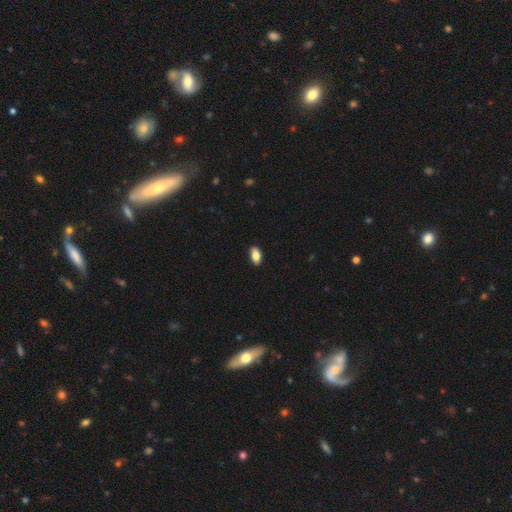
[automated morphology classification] A smooth galaxy with no disk features (83%) that is in between round and cigar-shaped (92%).

Vote fractions:
- Smooth or featured? smooth: 83% / featured or disk: 10% / star or artifact: 7%
- How rounded? in between: 92% / round: 4% / cigar-shaped: 4%
- Merging? none: 89% / minor disturbance: 9% / major disturbance: 2% / merger: 1%